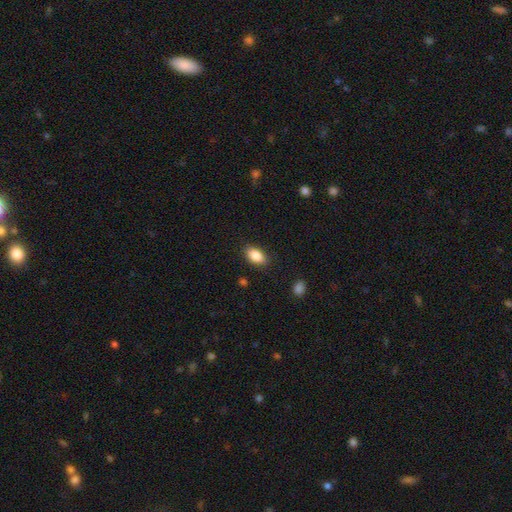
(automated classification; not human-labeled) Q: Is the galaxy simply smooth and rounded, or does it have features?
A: smooth — 88%.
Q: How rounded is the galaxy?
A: in between — 91%.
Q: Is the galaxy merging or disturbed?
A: none — 86%.